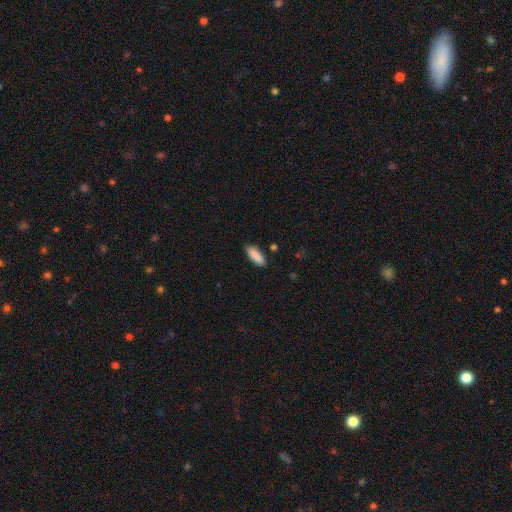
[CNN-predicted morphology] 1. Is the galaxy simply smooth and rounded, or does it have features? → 89% smooth, 6% star or artifact, 5% featured or disk.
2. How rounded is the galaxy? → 67% in between, 31% cigar-shaped, 2% round.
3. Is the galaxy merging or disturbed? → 84% none, 12% minor disturbance, 2% major disturbance, 2% merger.